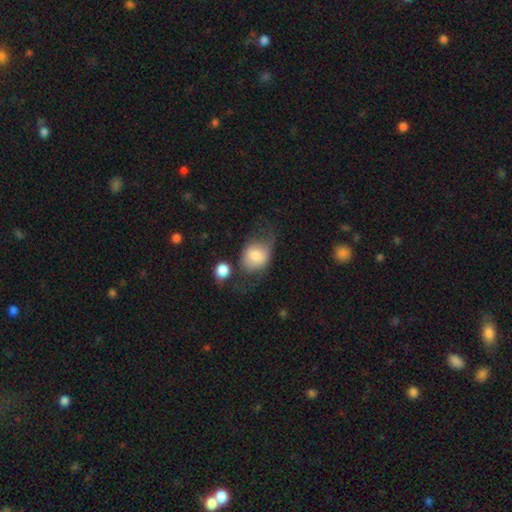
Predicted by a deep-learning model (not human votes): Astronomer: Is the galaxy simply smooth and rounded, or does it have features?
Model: smooth — 65%.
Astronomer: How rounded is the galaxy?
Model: in between — 50% (runner-up: round, 49%).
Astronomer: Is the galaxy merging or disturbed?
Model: none — 33% (runner-up: major disturbance, 29%).